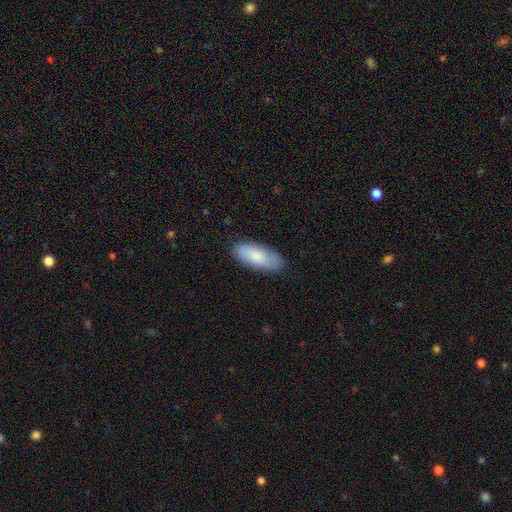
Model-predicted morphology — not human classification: type=smooth (80%); roundness=in between (82%); merging=none (86%).